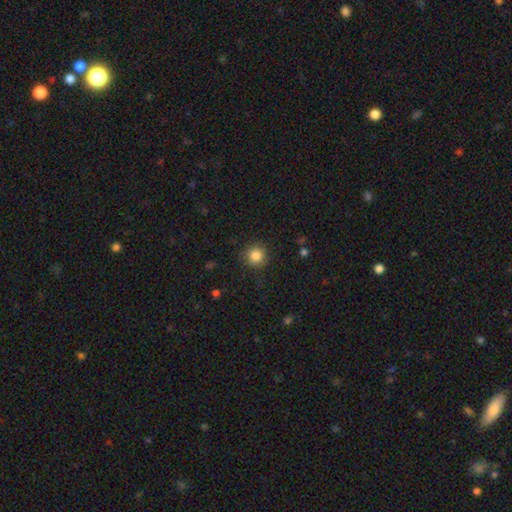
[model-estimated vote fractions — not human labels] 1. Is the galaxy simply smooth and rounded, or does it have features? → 85% smooth, 11% star or artifact, 4% featured or disk.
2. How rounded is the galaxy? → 94% round, 5% in between, 1% cigar-shaped.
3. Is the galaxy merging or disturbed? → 87% none, 9% minor disturbance, 3% major disturbance, 1% merger.